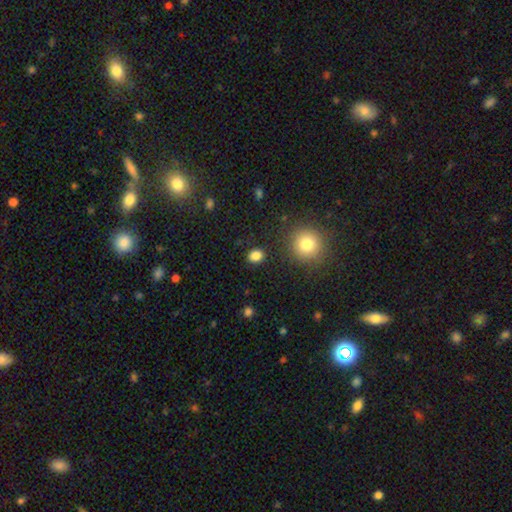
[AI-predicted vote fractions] smooth 84%, star or artifact 12%, featured or disk 4%. Down the decision tree: how rounded — round (57%); merging — none (88%).